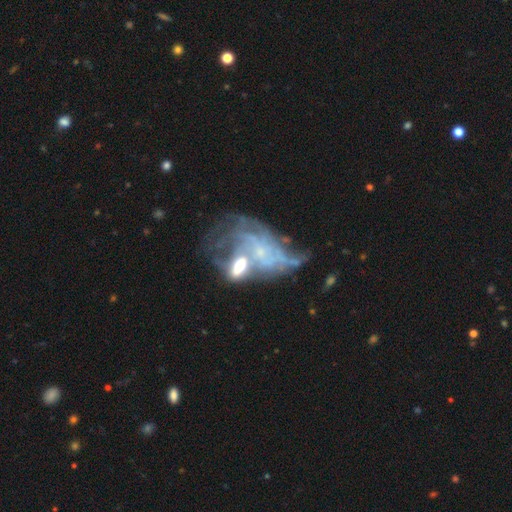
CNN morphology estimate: Smooth or featured: featured or disk — 69% (smooth — 16%)
Edge-on disk: no — 96% (yes — 4%)
Bar: no — 77% (weak — 17%)
Spiral arms: yes — 50% (tied with no — 50%)
Bulge size: small — 47% (moderate — 25%)
Merging: merger — 39% (major disturbance — 31%)